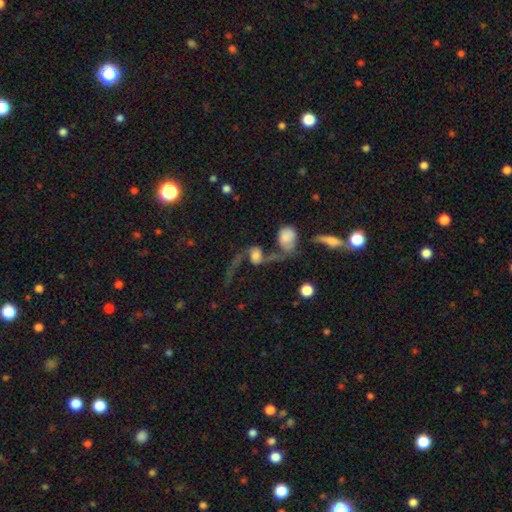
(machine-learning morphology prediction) The model was most divided on "bulge size": large: 30%, moderate: 29%, small: 16%, none: 16%, dominant: 9%. Remaining: edge-on disk — no (93%); spiral winding — loose (89%); spiral arm count — 2 (87%); spiral arms — yes (86%); smooth or featured — featured or disk (68%); bar — no (56%); merging — merger (36%).